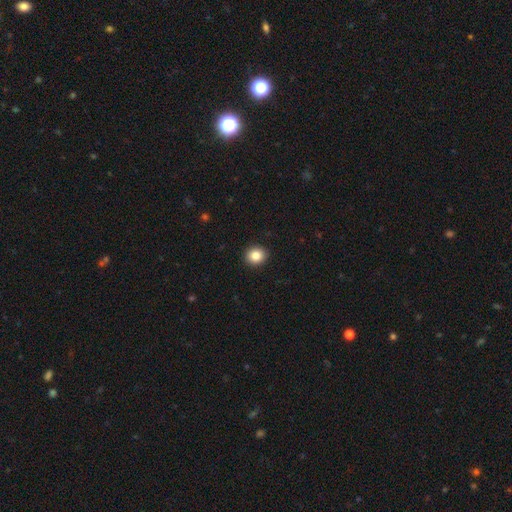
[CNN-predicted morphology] Q: Smooth or featured?
A: smooth (85%); runner-up: star or artifact (10%)
Q: How rounded?
A: round (80%); runner-up: in between (19%)
Q: Merging?
A: none (92%); runner-up: minor disturbance (5%)